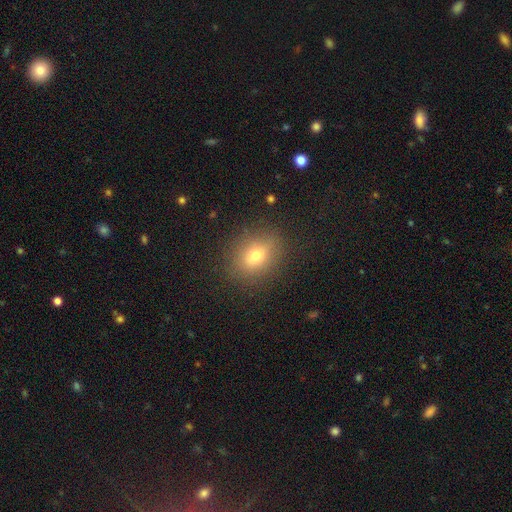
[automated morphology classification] type=smooth (70%); roundness=in between (56%); merging=none (85%).